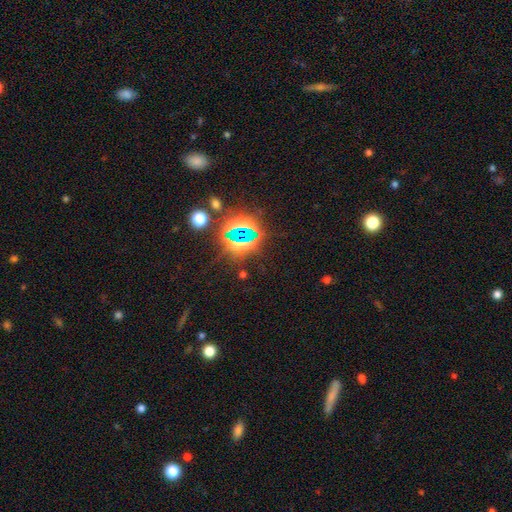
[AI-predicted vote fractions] This appears to be a star or artifact, not a galaxy (79%).